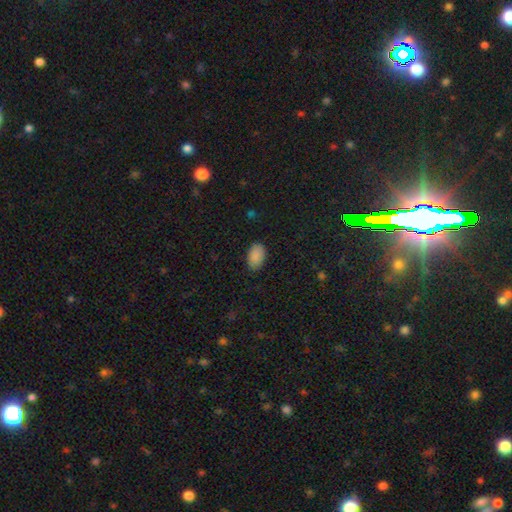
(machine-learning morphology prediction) smooth_or_featured: smooth (p=0.89) [alt: star or artifact p=0.08]
how_rounded: in between (p=0.93) [alt: round p=0.06]
merging: none (p=0.85) [alt: minor disturbance p=0.11]